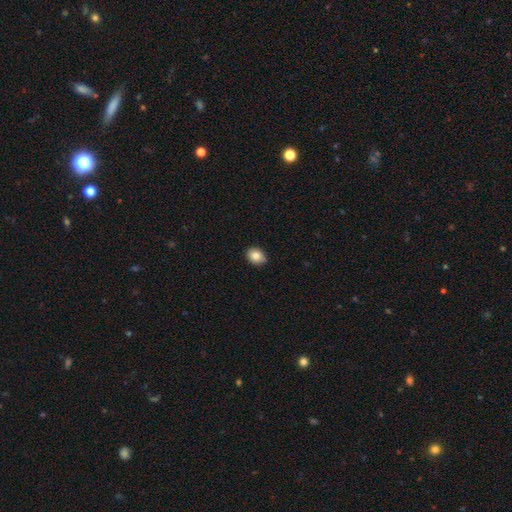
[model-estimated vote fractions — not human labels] Q: Smooth or featured?
A: smooth (82%); runner-up: featured or disk (10%)
Q: How rounded?
A: in between (50%); runner-up: round (49%)
Q: Merging?
A: none (84%); runner-up: minor disturbance (13%)